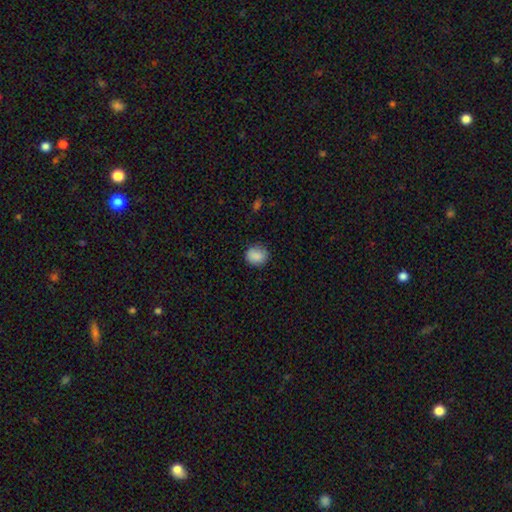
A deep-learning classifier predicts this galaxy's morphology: Smooth or featured?
  - smooth: 87% *
  - star or artifact: 8%
  - featured or disk: 5%
How rounded?
  - round: 71% *
  - in between: 28%
  - cigar-shaped: 1%
Merging?
  - none: 83% *
  - minor disturbance: 13%
  - major disturbance: 3%
  - merger: 1%